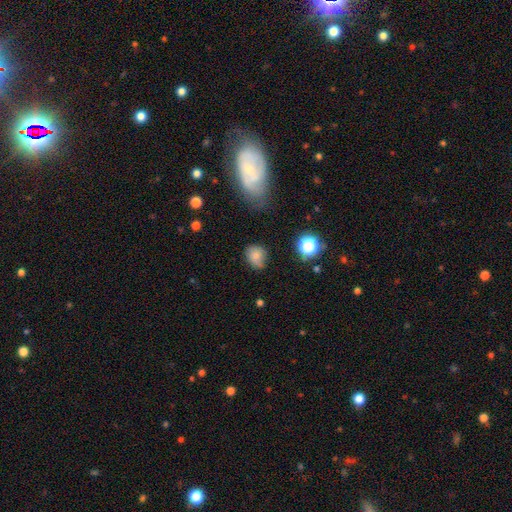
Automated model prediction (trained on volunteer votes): Smooth or featured? smooth (73%)
How rounded? round (61%)
Merging? none (55%)